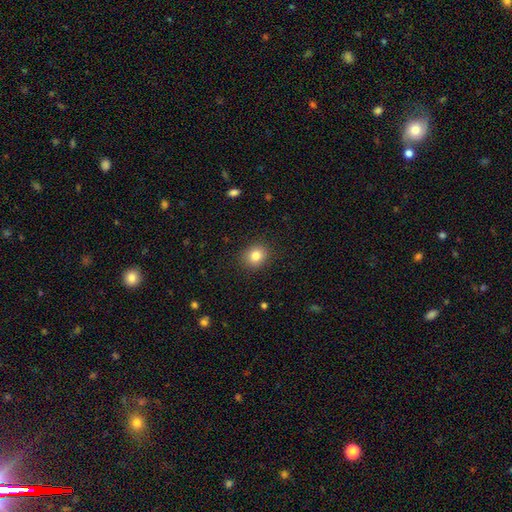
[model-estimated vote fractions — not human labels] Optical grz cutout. It shows a smooth galaxy with no disk features (83%) that is round (71%). Merging: none (89%).